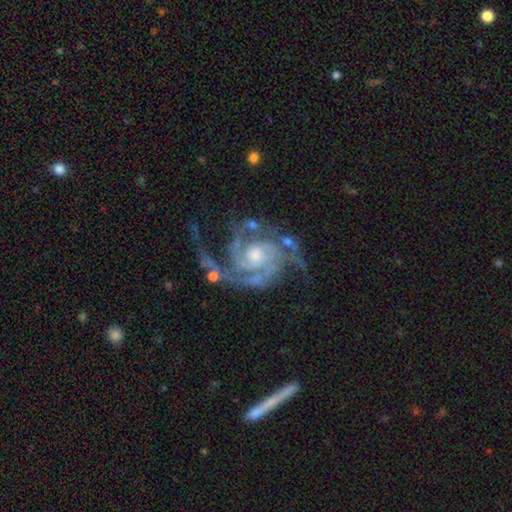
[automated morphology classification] Smooth or featured? featured or disk (93%)
Edge-on disk? no (98%)
Bar? no (66%)
Spiral arms? yes (98%)
Spiral winding? tight (52%)
Spiral arm count? 2 (36%)
Bulge size? moderate (53%)
Merging? none (56%)